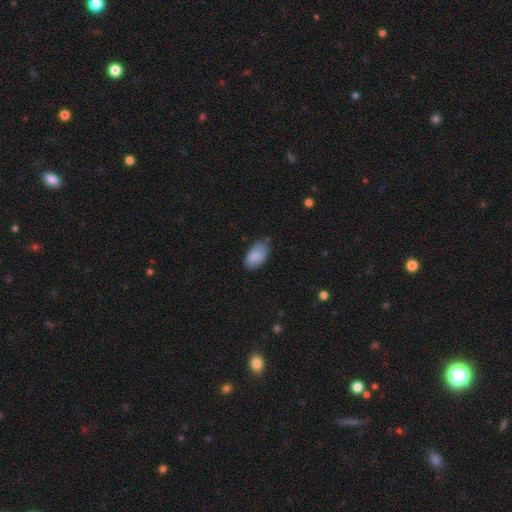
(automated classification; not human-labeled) This appears to be a smooth galaxy with no disk features (85%) that is in between round and cigar-shaped (94%). Merging: none (71%).